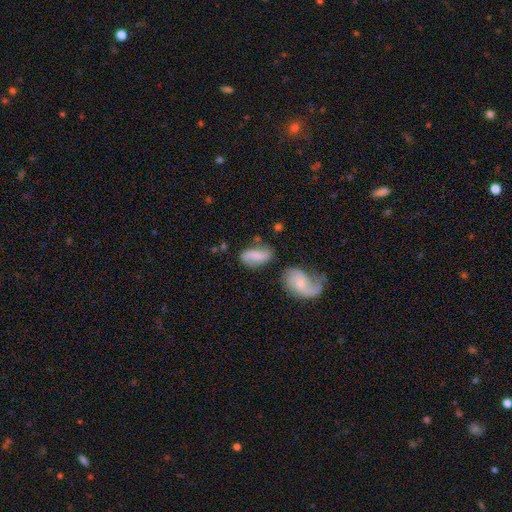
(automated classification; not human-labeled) Smooth or featured? smooth (54%)
How rounded? in between (89%)
Merging? none (55%)